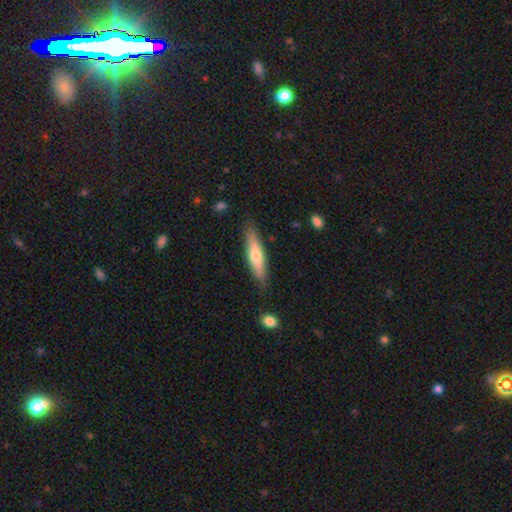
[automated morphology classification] This is possibly a smooth galaxy (57%). How rounded: likely cigar-shaped (79%). Merging: clearly none (86%).